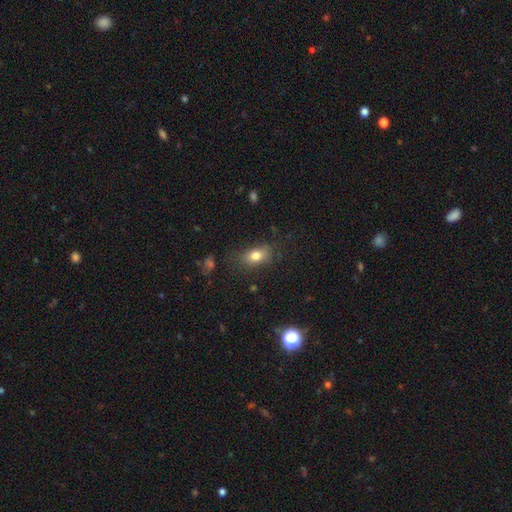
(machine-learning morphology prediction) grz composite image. It shows a smooth galaxy with no disk features (78%) that is in between round and cigar-shaped (81%). Merging: none (71%).